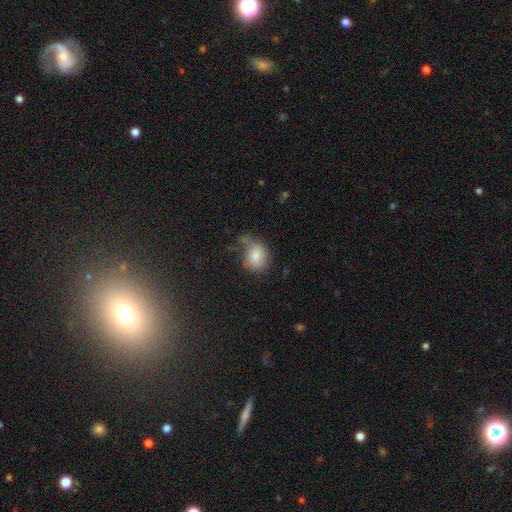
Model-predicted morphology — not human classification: Smooth or featured: smooth — 81% (featured or disk — 10%)
How rounded: round — 52% (in between — 47%)
Merging: none — 48% (minor disturbance — 27%)